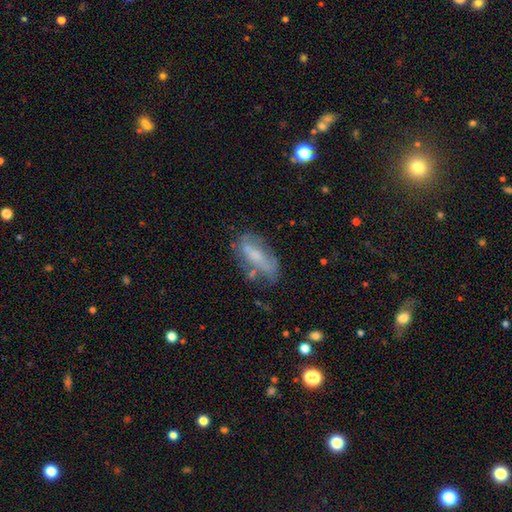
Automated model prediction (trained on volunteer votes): The model was most divided on "smooth or featured": featured or disk: 46%, smooth: 44%, star or artifact: 10%. Remaining: merging — none (48%).